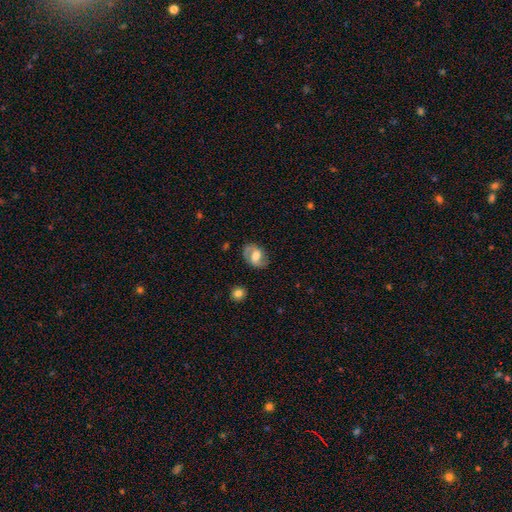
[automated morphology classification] Smooth or featured: featured or disk — 63% (smooth — 30%)
Edge-on disk: no — 96% (yes — 4%)
Bar: weak — 47% (no — 31%)
Spiral arms: yes — 84% (no — 16%)
Spiral winding: medium — 47% (loose — 31%)
Spiral arm count: 2 — 86% (can't tell — 6%)
Bulge size: moderate — 55% (large — 27%)
Merging: none — 77% (minor disturbance — 16%)